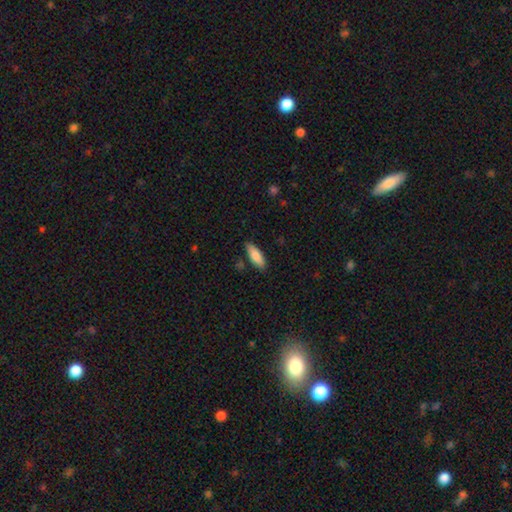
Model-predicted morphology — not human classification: This appears to be a smooth galaxy with no disk features (84%) that is in between round and cigar-shaped (63%). Merging: none (82%).